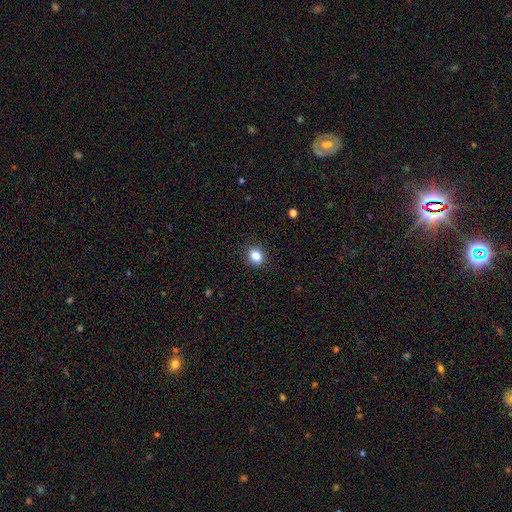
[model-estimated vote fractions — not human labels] Morphology: type=smooth (85%); roundness=round (63%); merging=none (90%).